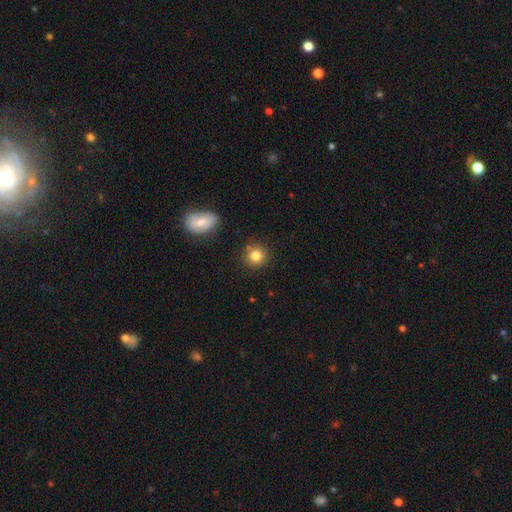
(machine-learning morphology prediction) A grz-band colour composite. It shows a smooth galaxy with no disk features (82%) that is round (91%). Merging: none (85%).